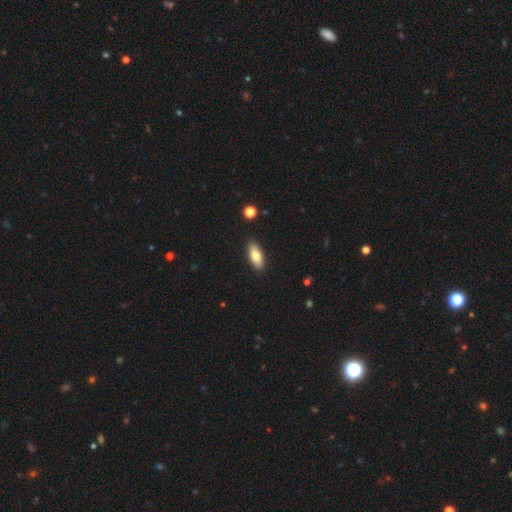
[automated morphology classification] Smooth or featured?
  - smooth: 77% *
  - featured or disk: 16%
  - star or artifact: 7%
How rounded?
  - in between: 82% *
  - cigar-shaped: 16%
  - round: 3%
Merging?
  - none: 89% *
  - minor disturbance: 8%
  - major disturbance: 2%
  - merger: 1%